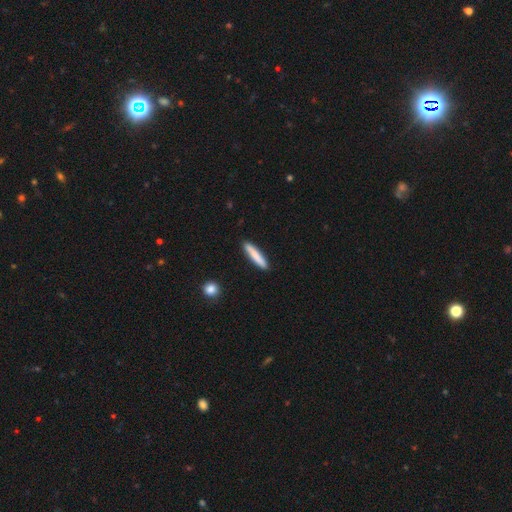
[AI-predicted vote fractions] Morphology: type=smooth (79%); roundness=cigar-shaped (91%); merging=none (90%).